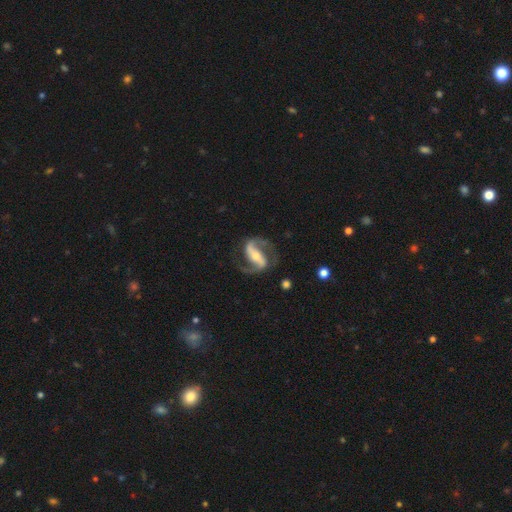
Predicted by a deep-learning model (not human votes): smooth_or_featured: featured or disk (p=0.91) [alt: smooth p=0.05]
disk_edge_on: no (p=0.96) [alt: yes p=0.04]
bar: strong (p=0.68) [alt: weak p=0.20]
has_spiral_arms: yes (p=0.97) [alt: no p=0.03]
spiral_winding: medium (p=0.55) [alt: loose p=0.27]
spiral_arm_count: 2 (p=0.93) [alt: 1 p=0.02]
bulge_size: moderate (p=0.47) [alt: small p=0.44]
merging: none (p=0.78) [alt: minor disturbance p=0.12]